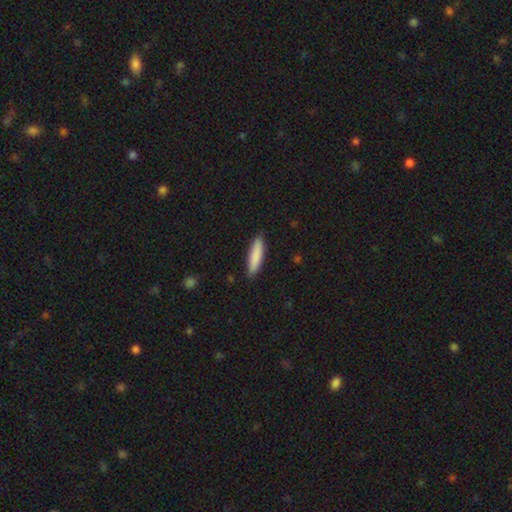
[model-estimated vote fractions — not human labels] Overall: smooth (86%). How rounded: cigar-shaped (76%). Merging: none (88%).